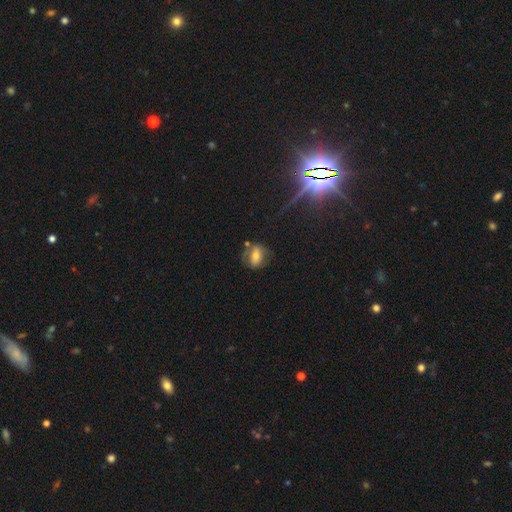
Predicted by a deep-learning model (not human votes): Smooth or featured? Predicted: smooth (p=0.55). How rounded? Predicted: in between (p=0.68). Merging? Predicted: none (p=0.58).